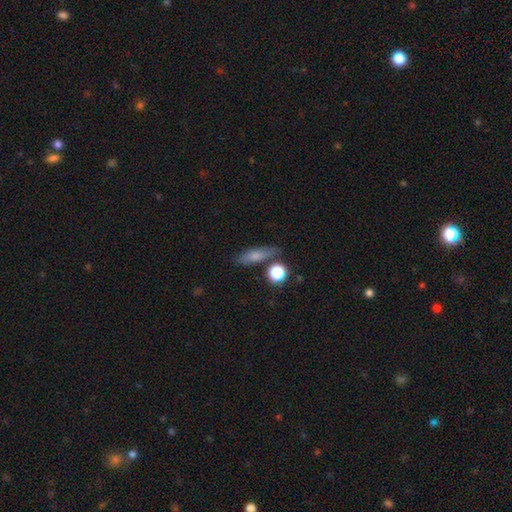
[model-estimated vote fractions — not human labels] smooth_or_featured: smooth (p=0.71) [alt: featured or disk p=0.18]
how_rounded: cigar-shaped (p=0.53) [alt: in between p=0.37]
merging: none (p=0.74) [alt: minor disturbance p=0.14]